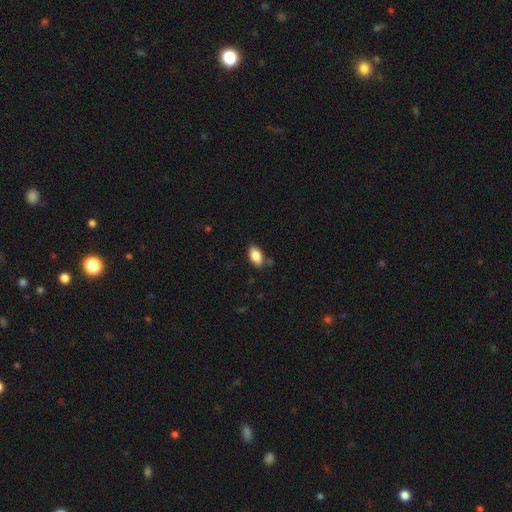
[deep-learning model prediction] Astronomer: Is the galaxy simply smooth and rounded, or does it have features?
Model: smooth — 85%.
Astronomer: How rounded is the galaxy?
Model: in between — 92%.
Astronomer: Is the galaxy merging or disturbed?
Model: none — 78%.